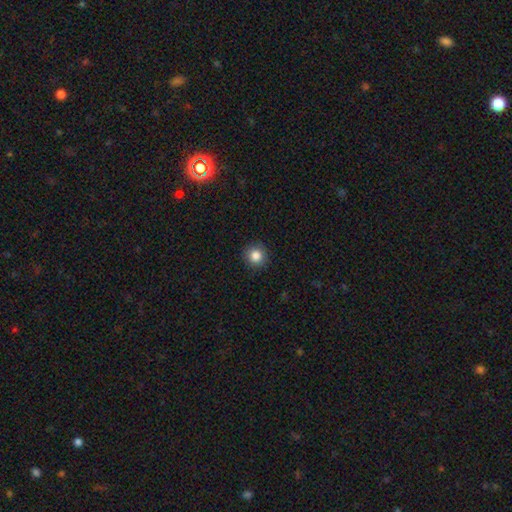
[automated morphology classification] type=smooth (85%); roundness=round (94%); merging=none (90%).